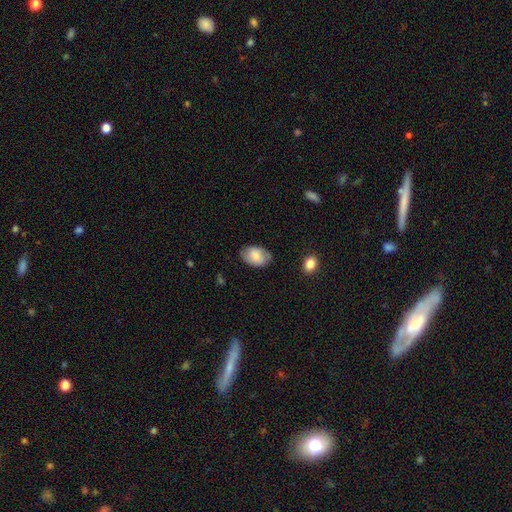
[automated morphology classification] Overall: smooth (77%). How rounded: in between (86%). Merging: none (77%).